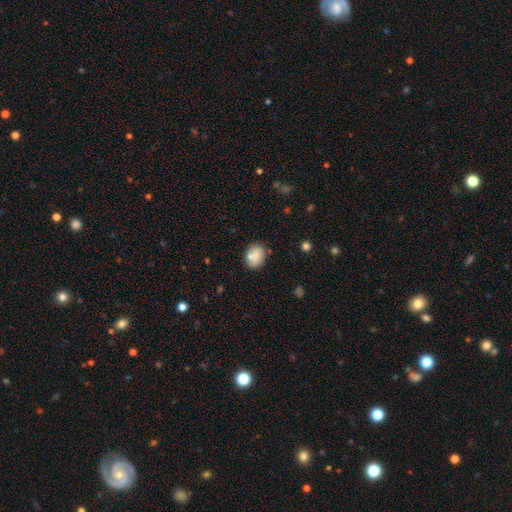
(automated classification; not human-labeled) Smooth or featured?
  - smooth: 78% *
  - featured or disk: 14%
  - star or artifact: 8%
How rounded?
  - in between: 58% *
  - round: 41%
  - cigar-shaped: 1%
Merging?
  - none: 66% *
  - minor disturbance: 17%
  - merger: 13%
  - major disturbance: 4%